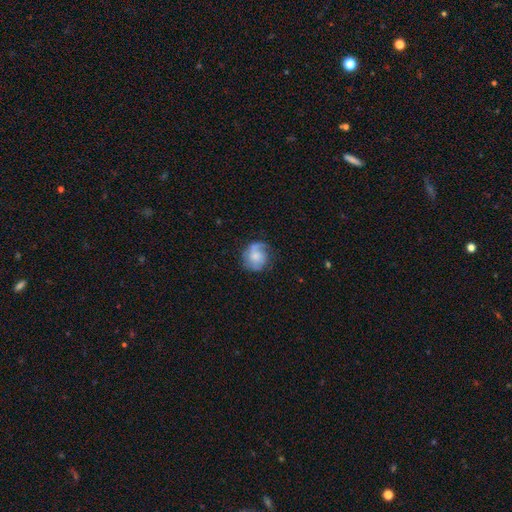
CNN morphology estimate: Q: Smooth or featured?
A: featured or disk (58%); runner-up: smooth (34%)
Q: Edge-on disk?
A: no (98%); runner-up: yes (2%)
Q: Bar?
A: no (74%); runner-up: weak (23%)
Q: Spiral arms?
A: yes (88%); runner-up: no (12%)
Q: Bulge size?
A: small (43%); runner-up: moderate (34%)
Q: Merging?
A: none (63%); runner-up: minor disturbance (22%)